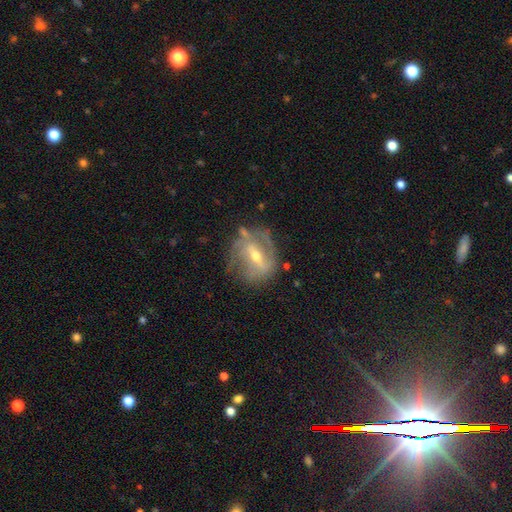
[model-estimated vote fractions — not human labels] featured or disk 80%, smooth 13%, star or artifact 7%. Down the decision tree: edge-on disk — no (93%); bar — strong (49%); spiral arms — yes (77%); spiral arm count — 2 (52%); spiral winding — medium (41%); bulge size — moderate (57%); merging — none (60%).